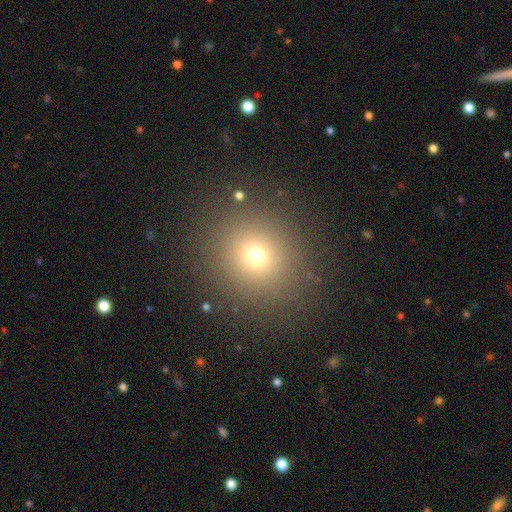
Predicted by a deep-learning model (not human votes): smooth 68%, star or artifact 23%, featured or disk 9%. Down the decision tree: how rounded — round (88%); merging — none (88%).